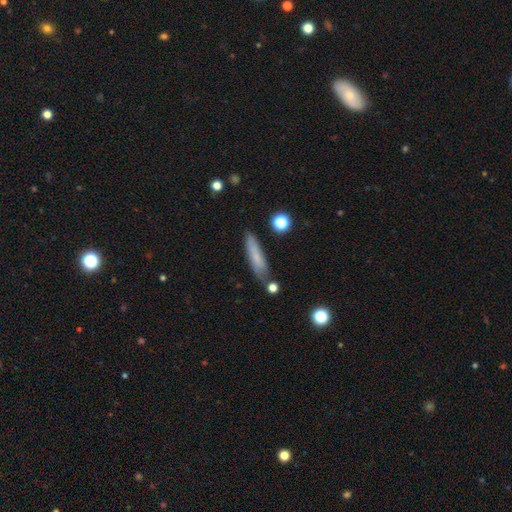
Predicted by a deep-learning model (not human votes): Overall: smooth (74%). How rounded: cigar-shaped (79%). Merging: none (76%).